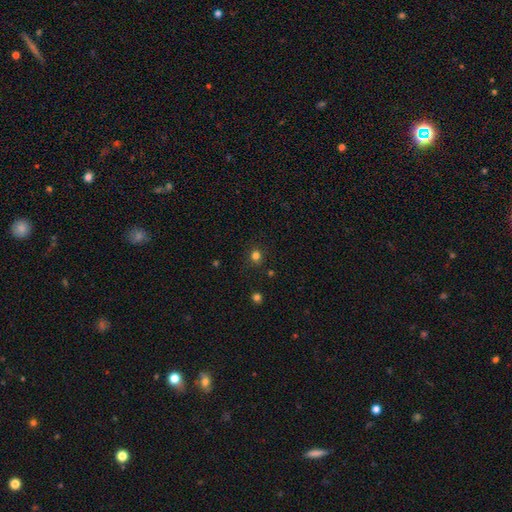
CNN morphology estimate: smooth_or_featured: smooth (p=0.78) [alt: star or artifact p=0.17]
how_rounded: round (p=0.86) [alt: in between p=0.13]
merging: none (p=0.88) [alt: minor disturbance p=0.08]